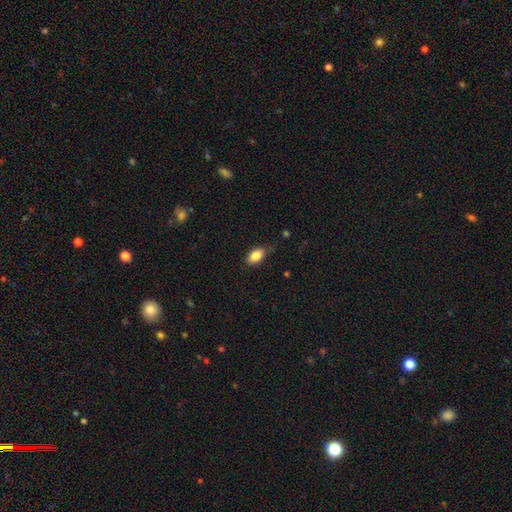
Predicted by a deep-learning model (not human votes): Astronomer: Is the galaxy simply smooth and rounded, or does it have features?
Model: smooth — 84%.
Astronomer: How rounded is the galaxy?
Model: in between — 90%.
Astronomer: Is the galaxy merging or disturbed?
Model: none — 76%.